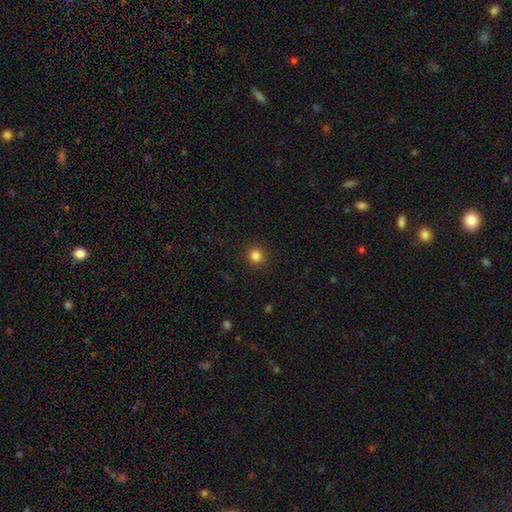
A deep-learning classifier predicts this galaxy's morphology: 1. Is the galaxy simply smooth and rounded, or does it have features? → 84% smooth, 12% star or artifact, 4% featured or disk.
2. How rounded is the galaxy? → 90% round, 9% in between, 1% cigar-shaped.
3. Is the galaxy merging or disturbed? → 91% none, 6% minor disturbance, 2% major disturbance, 1% merger.